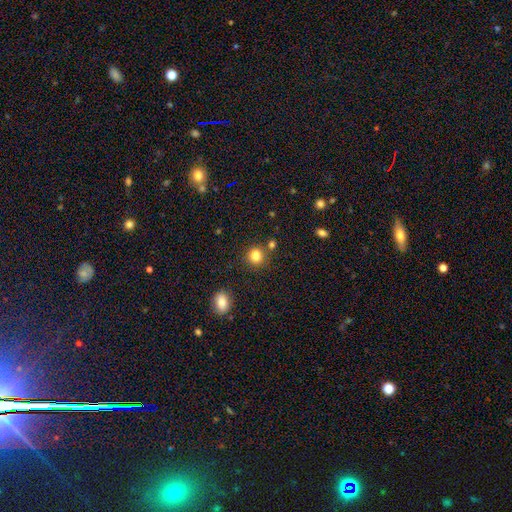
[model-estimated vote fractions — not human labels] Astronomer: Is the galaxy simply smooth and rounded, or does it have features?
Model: smooth — 83%.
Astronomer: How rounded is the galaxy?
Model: round — 80%.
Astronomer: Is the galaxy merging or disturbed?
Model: none — 77%.